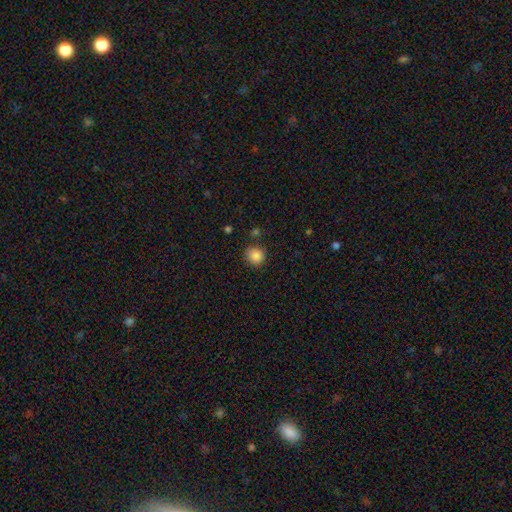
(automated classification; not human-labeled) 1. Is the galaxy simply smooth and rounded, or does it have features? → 87% smooth, 10% star or artifact, 3% featured or disk.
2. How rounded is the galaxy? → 84% round, 15% in between, 1% cigar-shaped.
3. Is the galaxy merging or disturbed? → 84% none, 10% minor disturbance, 3% merger, 3% major disturbance.